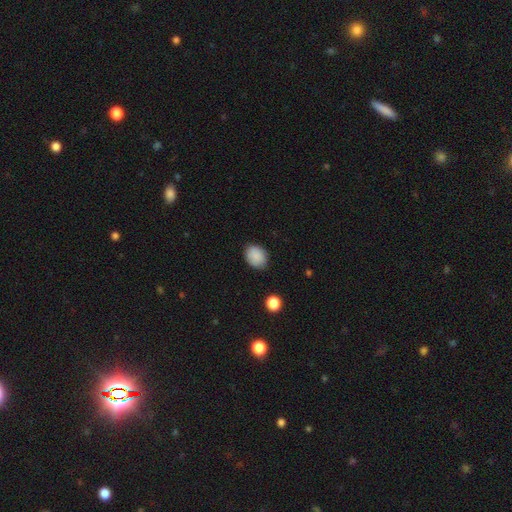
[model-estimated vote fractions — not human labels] This is clearly a smooth galaxy (88%). How rounded: possibly in between (60%). Merging: likely none (80%).